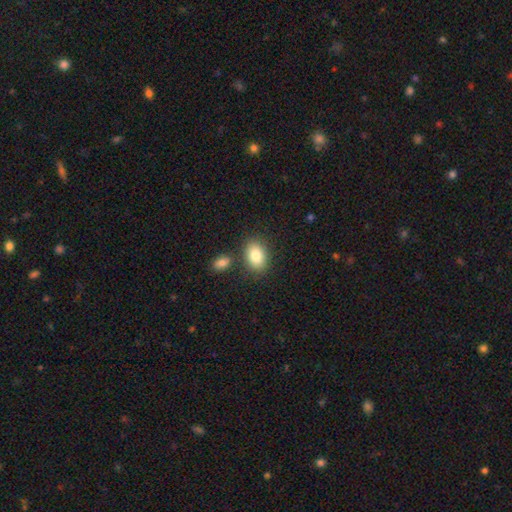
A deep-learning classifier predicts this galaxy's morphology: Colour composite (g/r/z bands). It shows a smooth galaxy with no disk features (83%) that is in between round and cigar-shaped (83%). Merging: none (79%).